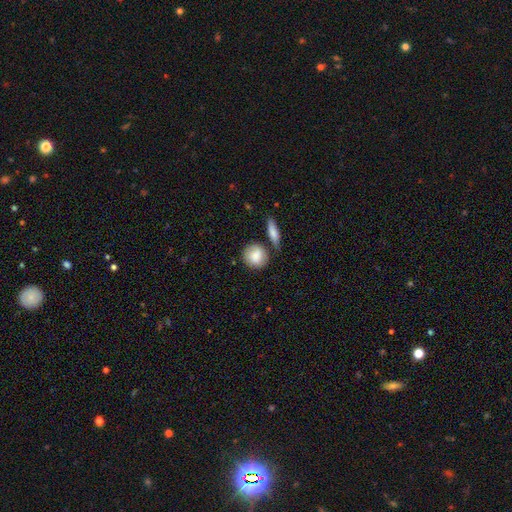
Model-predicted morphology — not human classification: smooth-or-featured: smooth: 83% | featured or disk: 11% | star or artifact: 6%
  how-rounded: round: 82% | in between: 16% | cigar-shaped: 2%
  merging: none: 67% | minor disturbance: 16% | merger: 13% | major disturbance: 4%